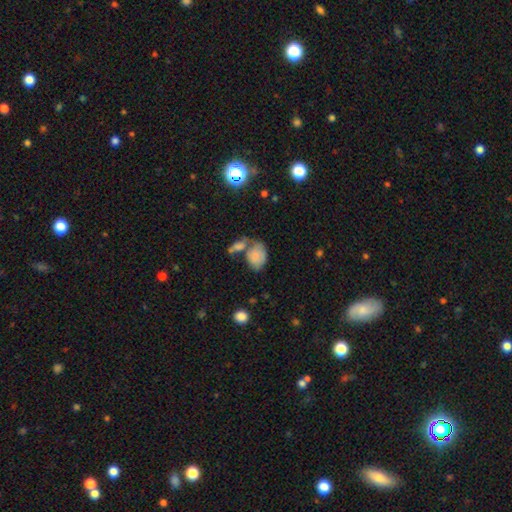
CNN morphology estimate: smooth_or_featured: smooth (p=0.78) [alt: featured or disk p=0.13]
how_rounded: in between (p=0.78) [alt: round p=0.20]
merging: merger (p=0.40) [alt: none p=0.31]